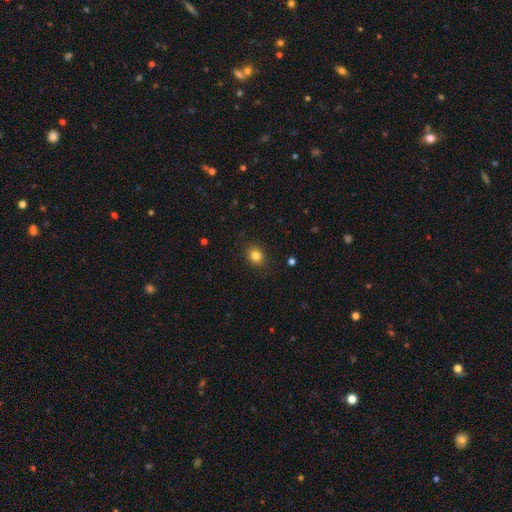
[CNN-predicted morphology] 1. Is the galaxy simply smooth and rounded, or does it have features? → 82% smooth, 12% star or artifact, 6% featured or disk.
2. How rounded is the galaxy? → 68% round, 31% in between, 1% cigar-shaped.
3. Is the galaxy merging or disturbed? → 88% none, 8% minor disturbance, 2% major disturbance, 1% merger.